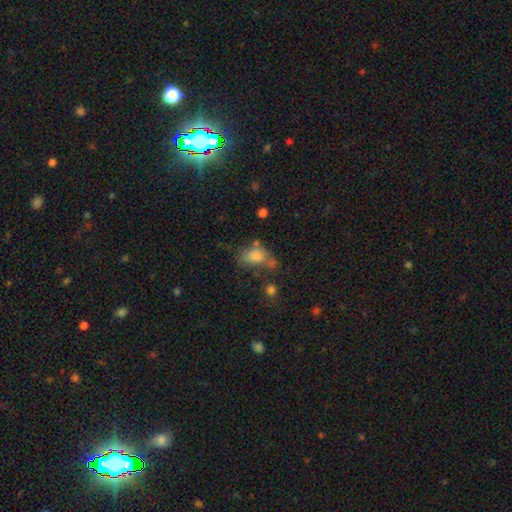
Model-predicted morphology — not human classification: A smooth galaxy with no disk features (71%) that is in between round and cigar-shaped (80%).

Vote fractions:
- Smooth or featured? smooth: 71% / featured or disk: 15% / star or artifact: 14%
- How rounded? in between: 80% / round: 17% / cigar-shaped: 3%
- Merging? none: 37% / minor disturbance: 24% / merger: 21% / major disturbance: 18%